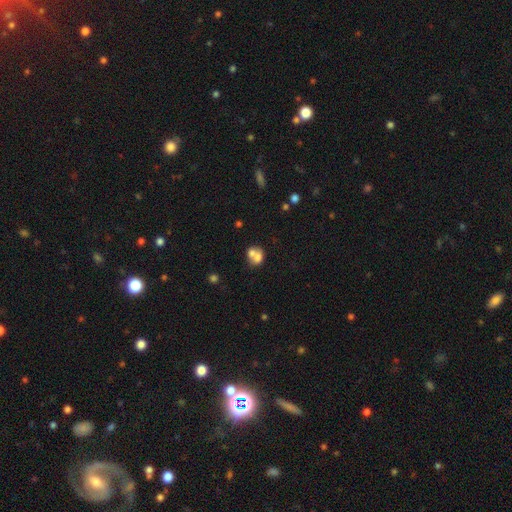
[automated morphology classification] smooth 66%, featured or disk 24%, star or artifact 10%. Down the decision tree: how rounded — round (52%); merging — merger (64%).